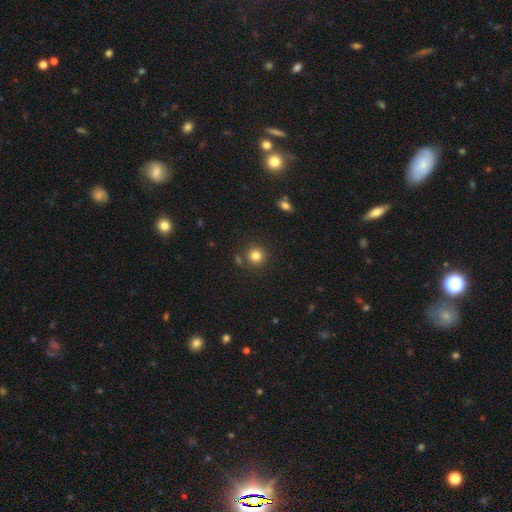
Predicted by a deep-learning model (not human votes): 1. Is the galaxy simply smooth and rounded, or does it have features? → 82% smooth, 12% star or artifact, 5% featured or disk.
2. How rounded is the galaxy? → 92% round, 7% in between, 1% cigar-shaped.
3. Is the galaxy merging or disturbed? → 83% none, 8% minor disturbance, 7% merger, 3% major disturbance.